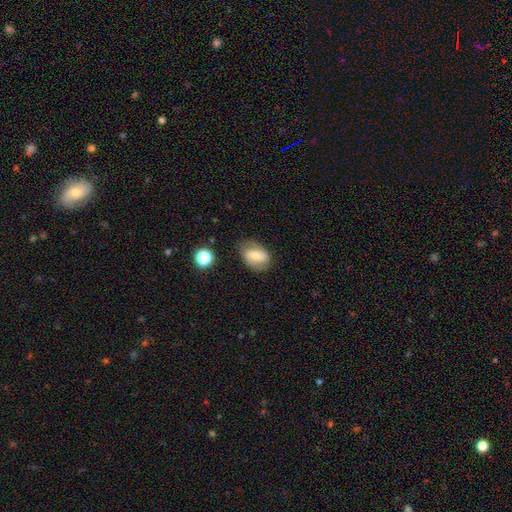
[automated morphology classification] Overall: smooth (57%; featured or disk 34%). How rounded: in between (80%). Merging: none (74%).